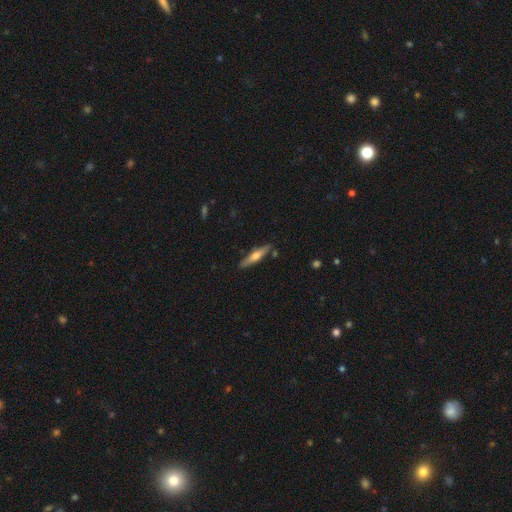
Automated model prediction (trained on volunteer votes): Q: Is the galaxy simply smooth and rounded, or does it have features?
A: featured or disk — 50%.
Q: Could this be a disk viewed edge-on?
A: yes — 93%.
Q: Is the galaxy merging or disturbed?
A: none — 85%.